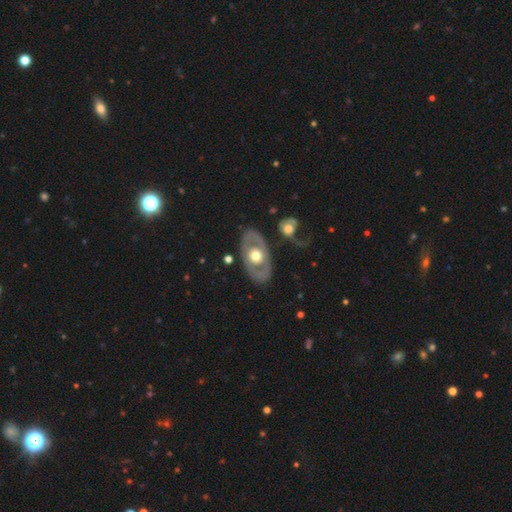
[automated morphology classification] smooth-or-featured: featured or disk: 62% | smooth: 33% | star or artifact: 5%
  disk-edge-on: no: 89% | yes: 11%
    bar: no: 89% | weak: 8% | strong: 3%
    has-spiral-arms: no: 82% | yes: 18%
    bulge-size: moderate: 64% | large: 29% | small: 4% | dominant: 2% | none: 1%
  merging: none: 79% | minor disturbance: 12% | major disturbance: 5% | merger: 4%